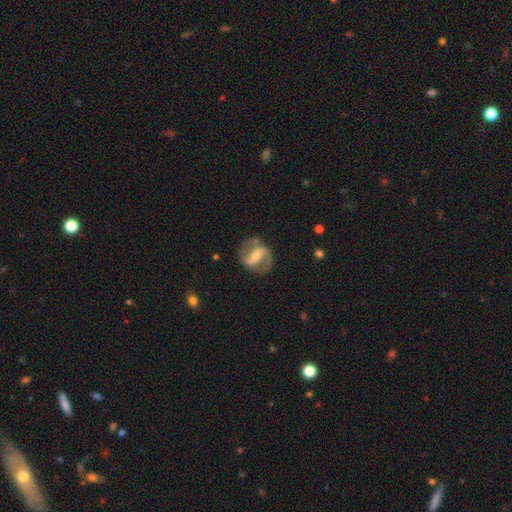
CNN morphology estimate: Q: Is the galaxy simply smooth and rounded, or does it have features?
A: featured or disk — 83%.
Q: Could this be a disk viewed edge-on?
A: no — 96%.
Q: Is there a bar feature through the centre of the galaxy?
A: strong — 50%.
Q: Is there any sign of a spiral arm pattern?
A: yes — 92%.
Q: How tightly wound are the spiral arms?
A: medium — 49%.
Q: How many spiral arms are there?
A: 2 — 90%.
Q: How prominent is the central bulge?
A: moderate — 51%.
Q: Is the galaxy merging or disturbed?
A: none — 78%.